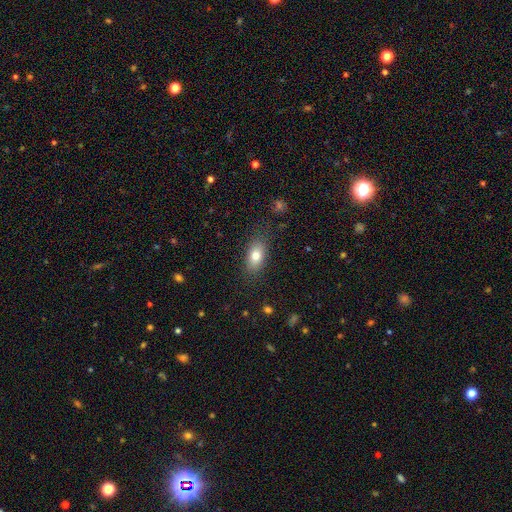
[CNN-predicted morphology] Smooth or featured? Predicted: smooth (p=0.78). How rounded? Predicted: in between (p=0.87). Merging? Predicted: none (p=0.81).